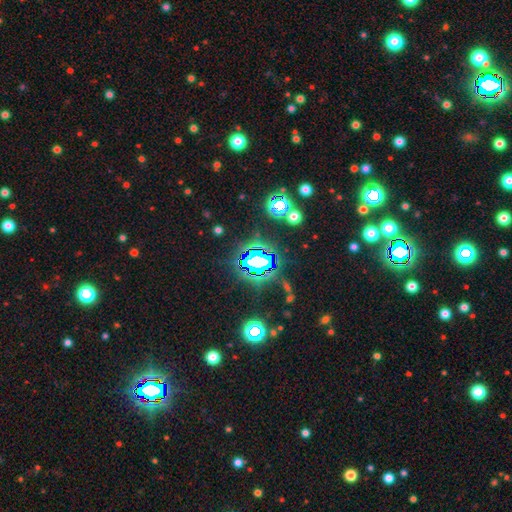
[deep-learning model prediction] Morphology: type=star or artifact (80%).